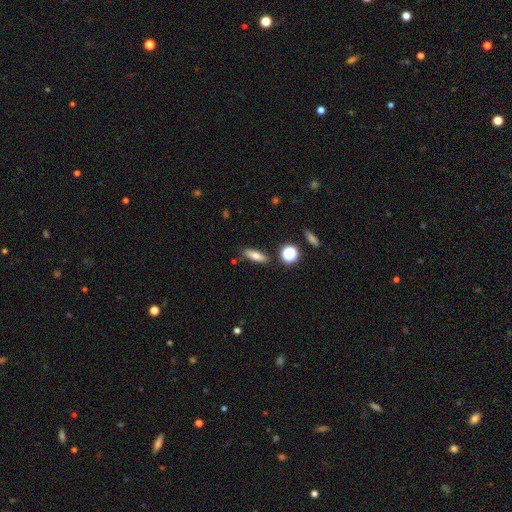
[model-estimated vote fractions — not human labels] smooth 70%, featured or disk 19%, star or artifact 11%. Down the decision tree: how rounded — in between (51%); merging — none (83%).